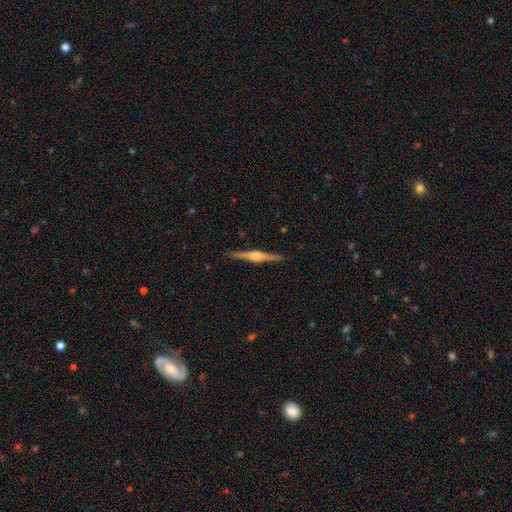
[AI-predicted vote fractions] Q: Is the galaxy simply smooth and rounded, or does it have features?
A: featured or disk — 82%.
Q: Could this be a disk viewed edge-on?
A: yes — 98%.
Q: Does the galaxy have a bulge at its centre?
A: rounded — 83%.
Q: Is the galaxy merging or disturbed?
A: none — 91%.